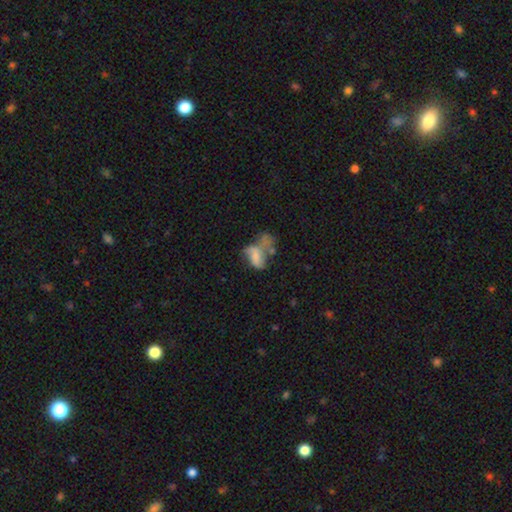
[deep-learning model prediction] smooth 48%, featured or disk 41%, star or artifact 11%. Down the decision tree: merging — merger (37%).